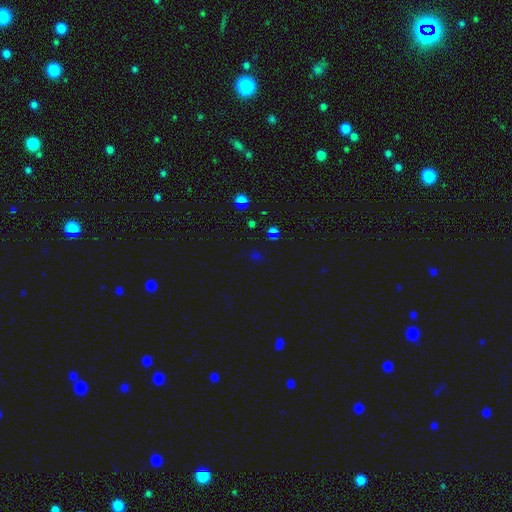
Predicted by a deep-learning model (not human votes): The model was most divided on "smooth or featured": star or artifact: 62%, smooth: 31%, featured or disk: 7%.